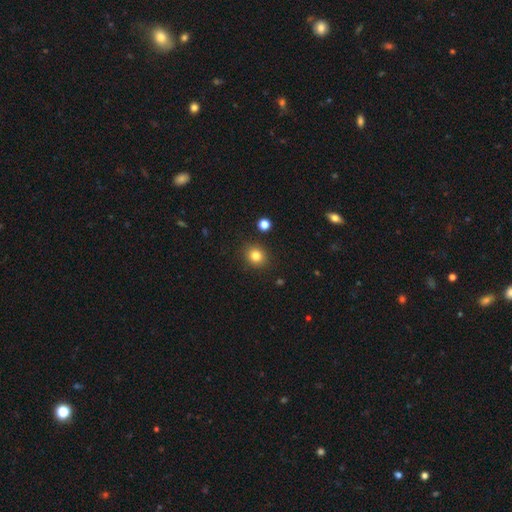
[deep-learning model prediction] The model was most divided on "how rounded": round: 77%, in between: 22%, cigar-shaped: 1%. More confident: merging — none (89%); smooth or featured — smooth (82%).